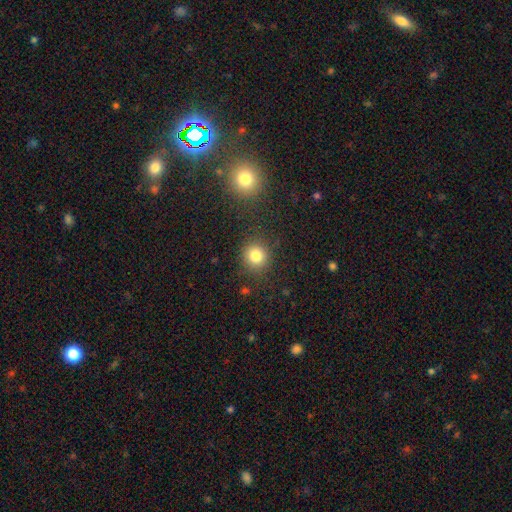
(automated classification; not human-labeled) smooth-or-featured: smooth: 81% | star or artifact: 13% | featured or disk: 6%
  how-rounded: round: 87% | in between: 12% | cigar-shaped: 1%
  merging: none: 85% | minor disturbance: 8% | major disturbance: 3% | merger: 3%